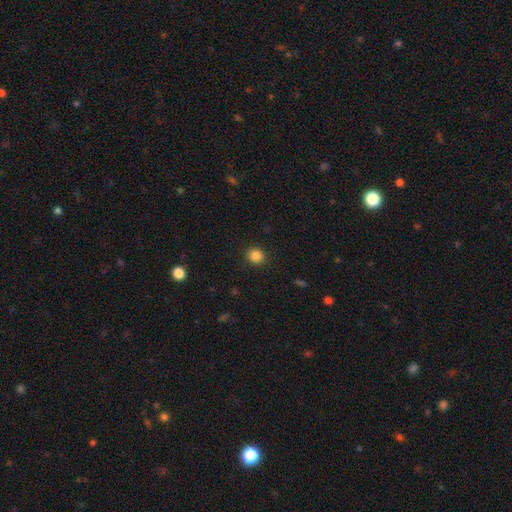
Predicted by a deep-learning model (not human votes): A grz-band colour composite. It shows a smooth galaxy with no disk features (86%) that is round (86%). Merging: none (90%).